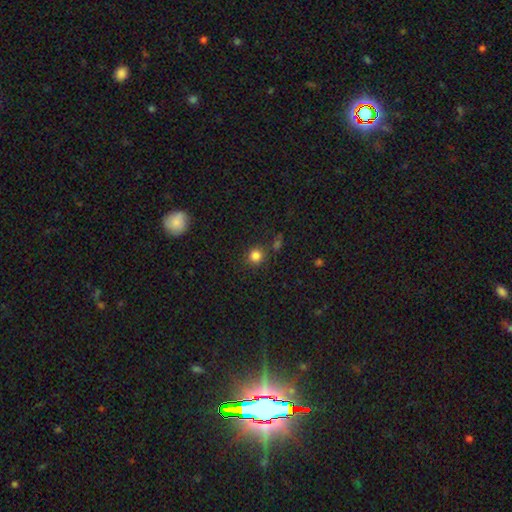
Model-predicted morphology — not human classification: Smooth or featured: smooth — 82% (star or artifact — 13%)
How rounded: round — 90% (in between — 9%)
Merging: none — 82% (minor disturbance — 9%)